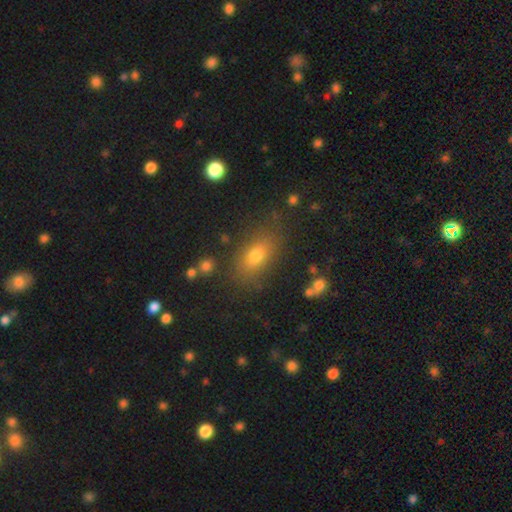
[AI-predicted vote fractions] Q: Smooth or featured?
A: smooth (72%); runner-up: star or artifact (14%)
Q: How rounded?
A: in between (79%); runner-up: round (14%)
Q: Merging?
A: none (78%); runner-up: minor disturbance (14%)